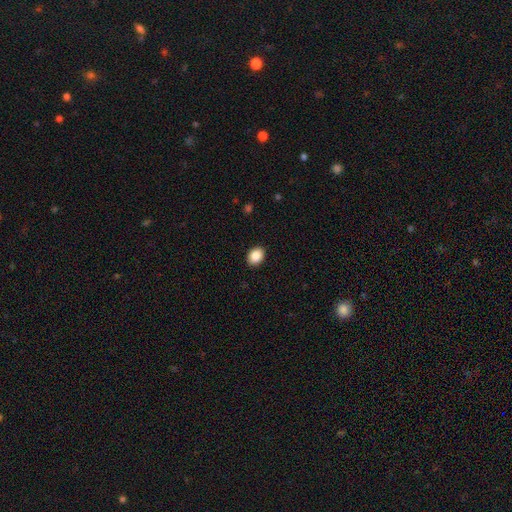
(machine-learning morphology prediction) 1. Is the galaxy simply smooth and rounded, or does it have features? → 89% smooth, 8% star or artifact, 4% featured or disk.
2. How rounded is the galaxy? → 66% in between, 33% round, 1% cigar-shaped.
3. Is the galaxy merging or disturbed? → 90% none, 7% minor disturbance, 2% major disturbance, 1% merger.